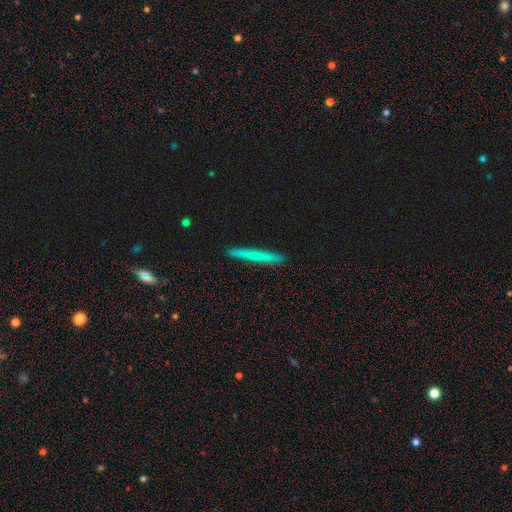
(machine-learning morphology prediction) Smooth or featured?
  - smooth: 64% *
  - featured or disk: 30%
  - star or artifact: 7%
How rounded?
  - cigar-shaped: 97% *
  - in between: 2%
  - round: 1%
Merging?
  - none: 91% *
  - minor disturbance: 6%
  - major disturbance: 1%
  - merger: 1%